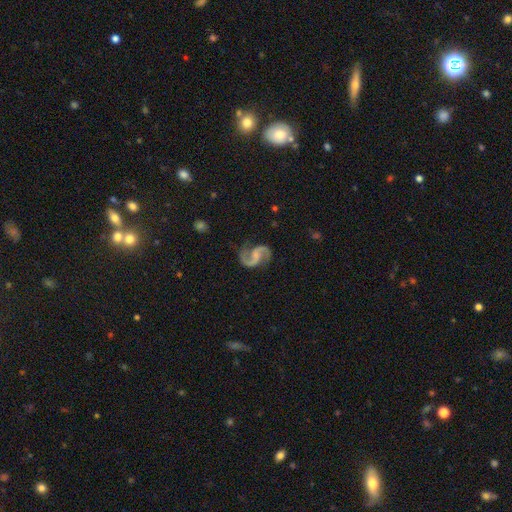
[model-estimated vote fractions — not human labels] A featured or disk galaxy (92%) with a weak bar (44%), 2 (94%) medium (52%) spiral arms (98%) and no central bulge (39%). Merging: none (78%).